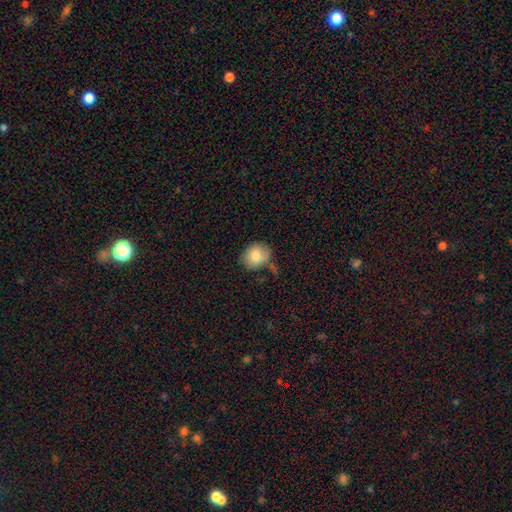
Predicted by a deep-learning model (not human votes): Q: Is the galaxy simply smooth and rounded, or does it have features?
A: smooth — 81%.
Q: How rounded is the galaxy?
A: round — 60%.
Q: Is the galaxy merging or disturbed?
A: none — 61%.